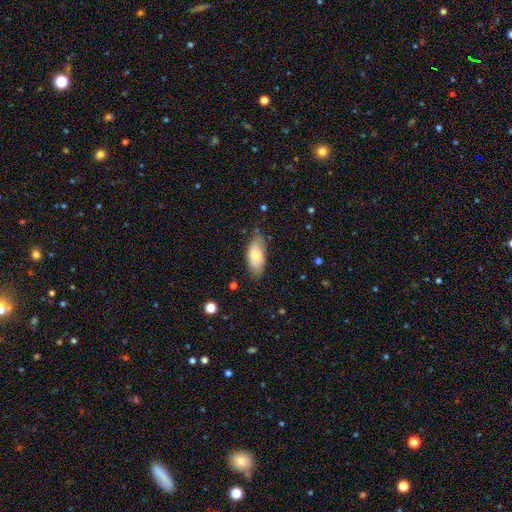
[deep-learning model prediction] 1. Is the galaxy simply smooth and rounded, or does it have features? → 78% smooth, 16% featured or disk, 6% star or artifact.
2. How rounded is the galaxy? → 89% in between, 9% cigar-shaped, 2% round.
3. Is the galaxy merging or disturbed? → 74% none, 20% minor disturbance, 4% major disturbance, 2% merger.